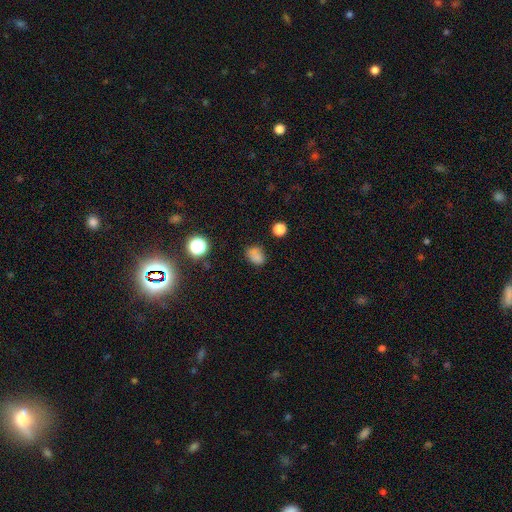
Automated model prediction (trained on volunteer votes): A smooth galaxy with no disk features (78%) that is in between round and cigar-shaped (66%). Merging: none (70%).